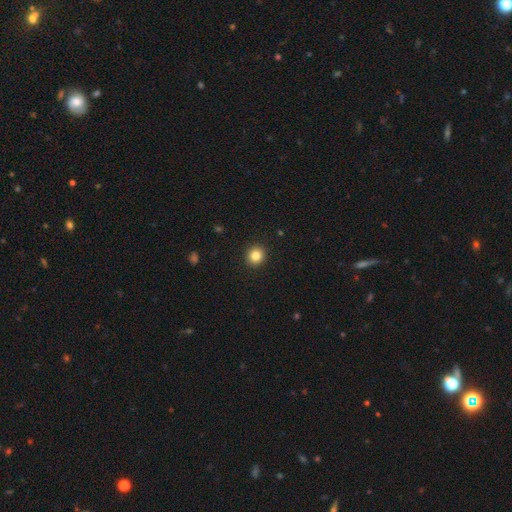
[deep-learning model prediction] The model was most divided on "smooth or featured": smooth: 84%, star or artifact: 11%, featured or disk: 6%. More confident: merging — none (93%); how rounded — round (90%).